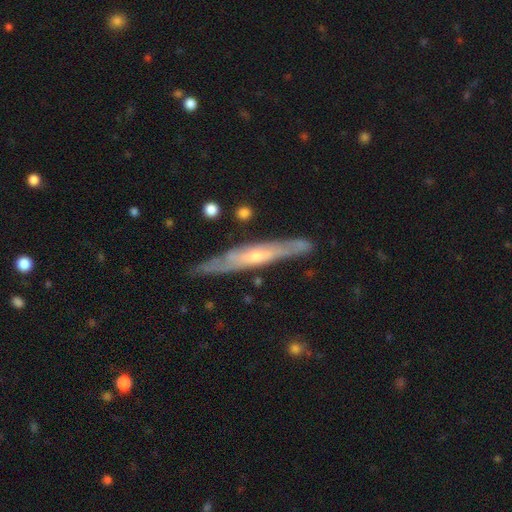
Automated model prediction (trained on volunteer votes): Q: Smooth or featured?
A: featured or disk (74%); runner-up: smooth (20%)
Q: Edge-on disk?
A: yes (77%); runner-up: no (23%)
Q: Edge-on bulge?
A: rounded (52%); runner-up: none (42%)
Q: Merging?
A: none (81%); runner-up: minor disturbance (14%)